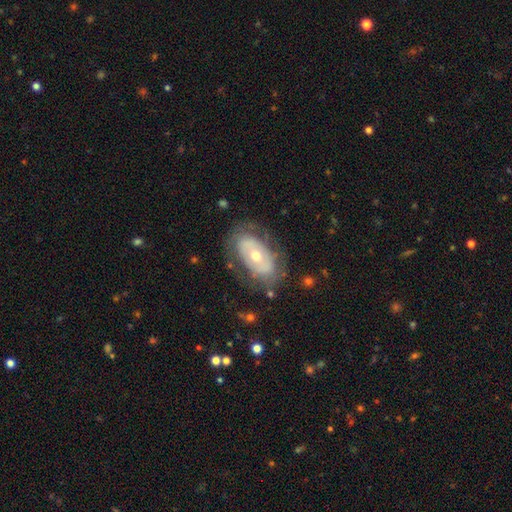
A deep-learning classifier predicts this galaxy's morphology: featured or disk 58%, smooth 36%, star or artifact 7%. Down the decision tree: edge-on disk — no (91%); bar — no (79%); spiral arms — no (65%); bulge size — moderate (55%); merging — none (70%).